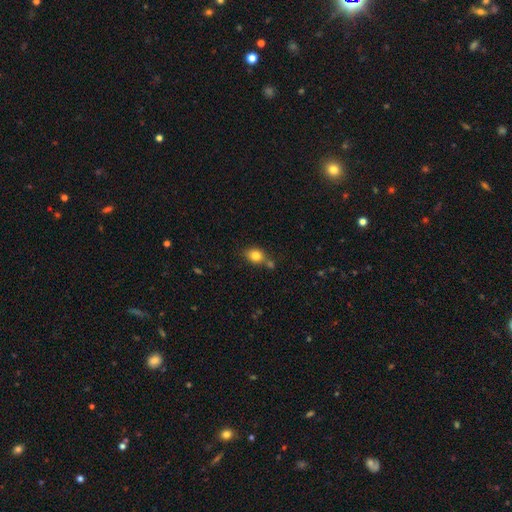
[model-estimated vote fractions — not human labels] The model was most divided on "how rounded": in between: 52%, round: 47%, cigar-shaped: 2%. More confident: smooth or featured — smooth (81%); merging — none (60%).